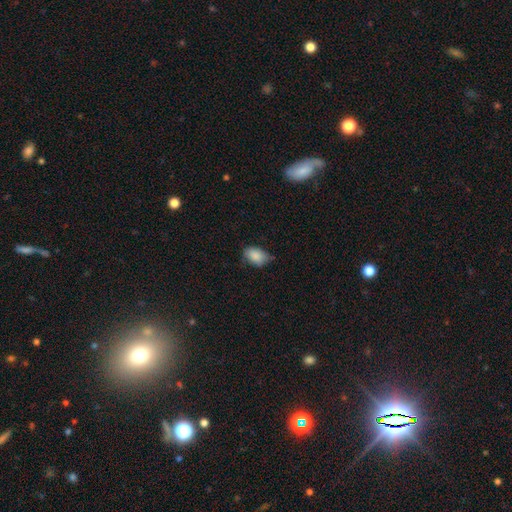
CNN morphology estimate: A smooth galaxy with no disk features (87%) that is in between round and cigar-shaped (85%). Merging: none (60%).